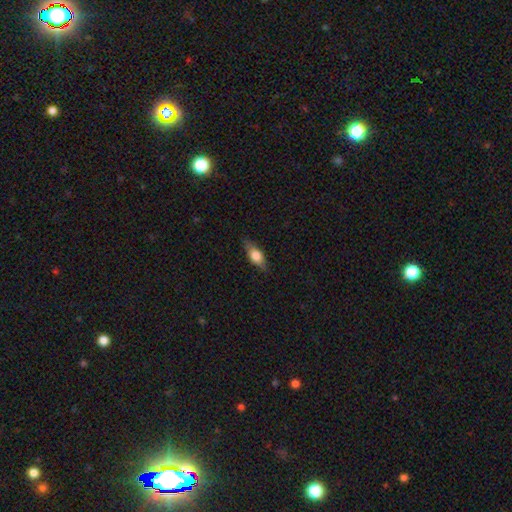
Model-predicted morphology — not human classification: A smooth galaxy with no disk features (63%) that is in between round and cigar-shaped (74%).

Vote fractions:
- Smooth or featured? smooth: 63% / featured or disk: 30% / star or artifact: 7%
- How rounded? in between: 74% / cigar-shaped: 20% / round: 6%
- Merging? none: 79% / minor disturbance: 17% / major disturbance: 4% / merger: 1%